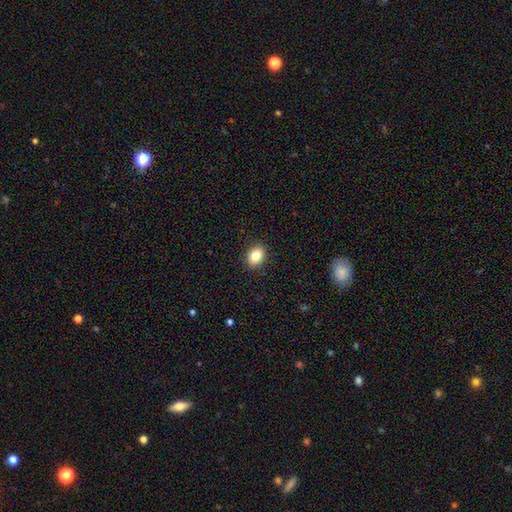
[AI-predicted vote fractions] Smooth or featured? smooth (82%)
How rounded? in between (69%)
Merging? none (90%)